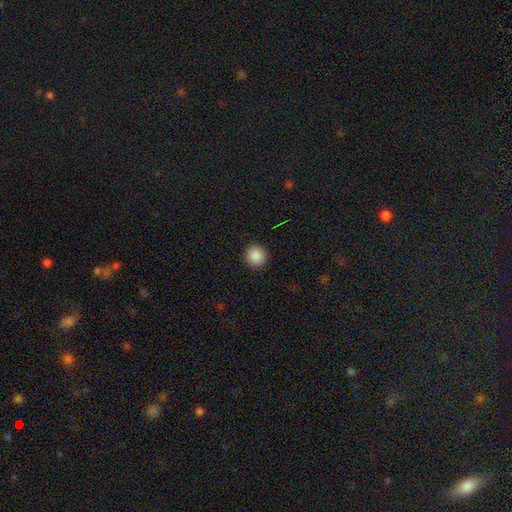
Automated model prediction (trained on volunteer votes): A smooth galaxy with no disk features (89%) that is round (93%).

Vote fractions:
- Smooth or featured? smooth: 89% / star or artifact: 9% / featured or disk: 2%
- How rounded? round: 93% / in between: 6% / cigar-shaped: 1%
- Merging? none: 93% / minor disturbance: 5% / major disturbance: 2% / merger: 1%